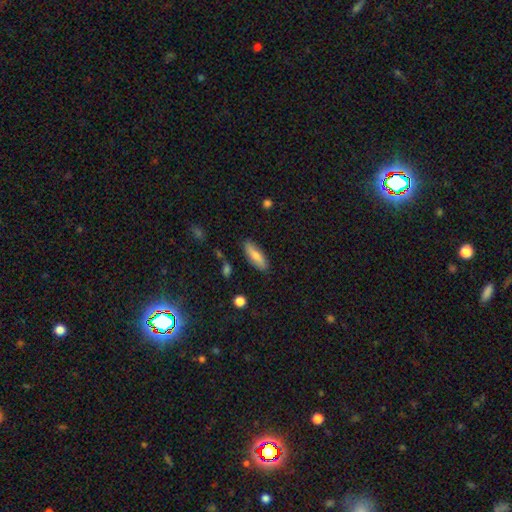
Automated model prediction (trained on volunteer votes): Smooth or featured?
  - smooth: 72% *
  - featured or disk: 21%
  - star or artifact: 6%
How rounded?
  - in between: 53% *
  - cigar-shaped: 44%
  - round: 2%
Merging?
  - none: 84% *
  - minor disturbance: 11%
  - major disturbance: 2%
  - merger: 2%